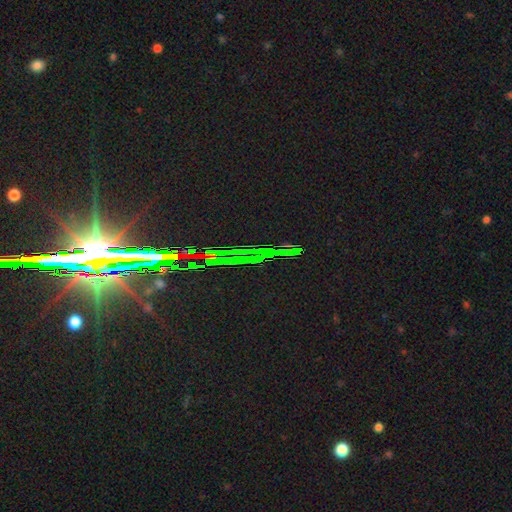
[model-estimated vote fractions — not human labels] smooth_or_featured: star or artifact (p=0.82) [alt: featured or disk p=0.11]